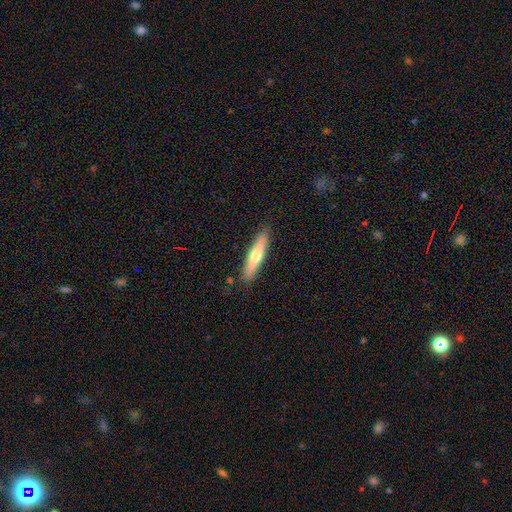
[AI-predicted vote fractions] A smooth galaxy with no disk features (56%) that is cigar-shaped (84%).

Vote fractions:
- Smooth or featured? smooth: 56% / featured or disk: 39% / star or artifact: 6%
- How rounded? cigar-shaped: 84% / in between: 15% / round: 2%
- Merging? none: 87% / minor disturbance: 9% / major disturbance: 2% / merger: 2%